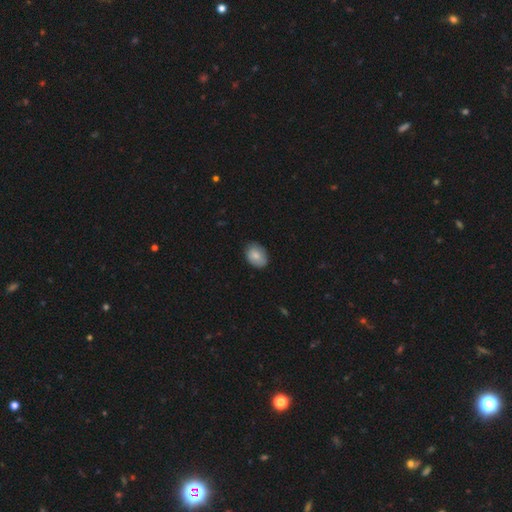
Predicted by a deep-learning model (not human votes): Overall: smooth (79%). How rounded: in between (73%). Merging: none (79%).